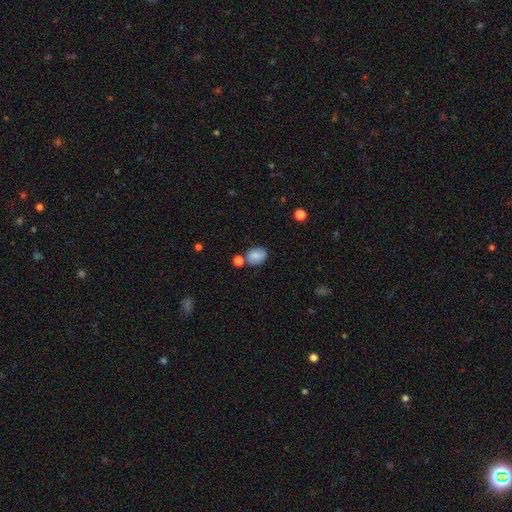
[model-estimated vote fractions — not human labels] Smooth or featured? Predicted: smooth (p=0.79). How rounded? Predicted: in between (p=0.66). Merging? Predicted: none (p=0.67).